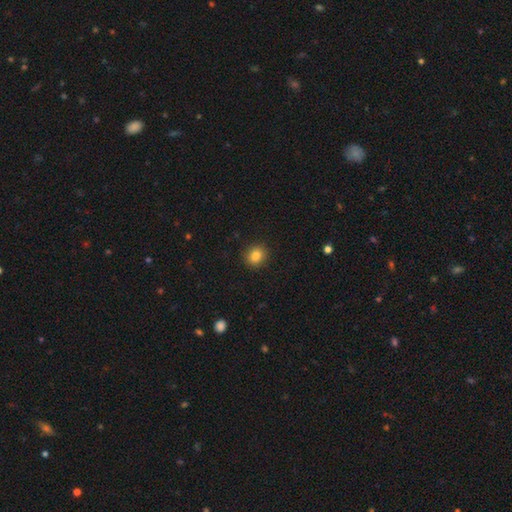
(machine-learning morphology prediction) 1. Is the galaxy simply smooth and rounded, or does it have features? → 84% smooth, 11% star or artifact, 6% featured or disk.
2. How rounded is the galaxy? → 78% round, 21% in between, 1% cigar-shaped.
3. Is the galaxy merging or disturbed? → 90% none, 7% minor disturbance, 2% major disturbance, 1% merger.